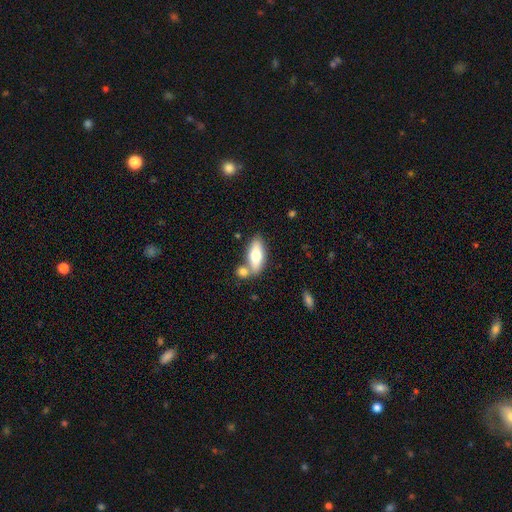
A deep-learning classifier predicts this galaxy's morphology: Q: Smooth or featured?
A: smooth (67%); runner-up: featured or disk (27%)
Q: How rounded?
A: in between (76%); runner-up: cigar-shaped (21%)
Q: Merging?
A: none (59%); runner-up: merger (25%)